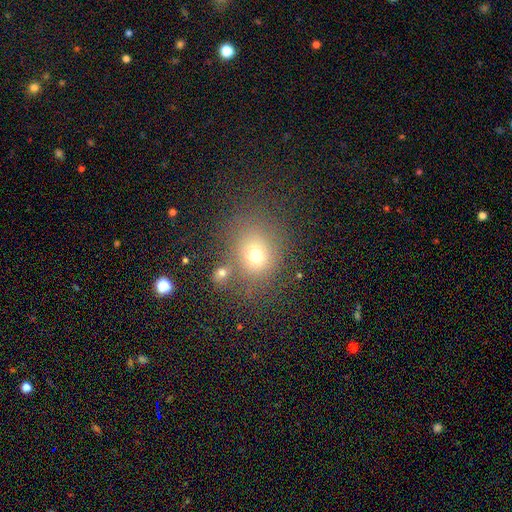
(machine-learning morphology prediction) Smooth or featured: smooth — 69% (star or artifact — 18%)
How rounded: round — 59% (in between — 40%)
Merging: none — 63% (minor disturbance — 14%)